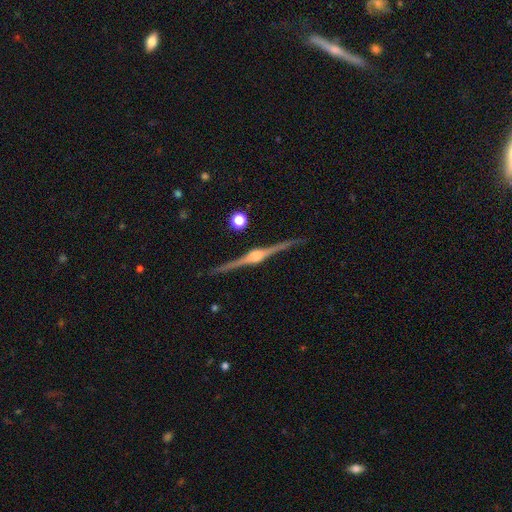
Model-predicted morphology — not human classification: This appears to be a featured or disk galaxy (91%) viewed edge-on (99%) with a rounded central bulge (93%). Merging: none (92%).